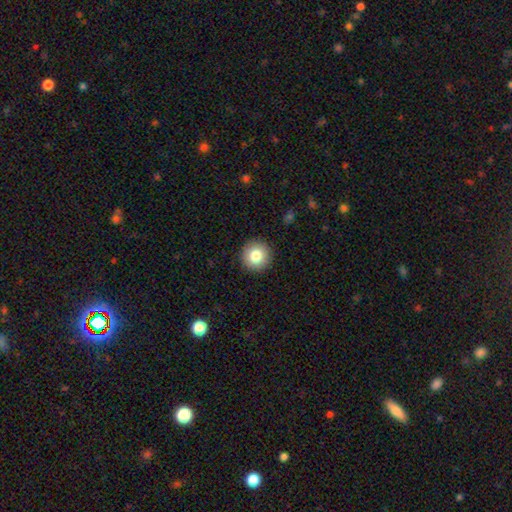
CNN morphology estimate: This is clearly a smooth galaxy (82%). How rounded: clearly round (94%). Merging: clearly none (92%).